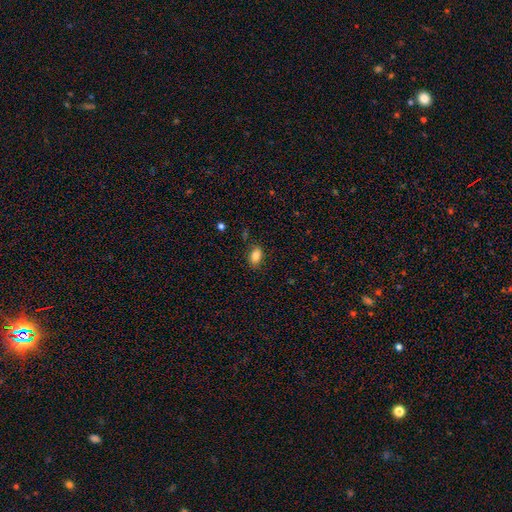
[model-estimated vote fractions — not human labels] smooth_or_featured: smooth (p=0.84) [alt: star or artifact p=0.09]
how_rounded: in between (p=0.87) [alt: round p=0.11]
merging: none (p=0.83) [alt: minor disturbance p=0.12]